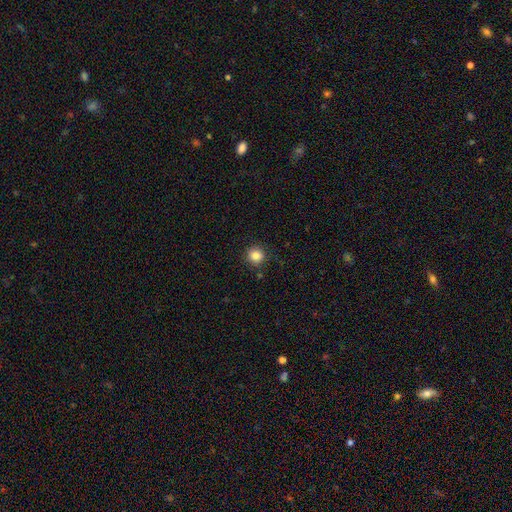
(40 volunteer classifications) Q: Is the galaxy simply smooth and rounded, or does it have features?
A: smooth — 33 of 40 (82%).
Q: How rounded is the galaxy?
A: round — 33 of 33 (100%).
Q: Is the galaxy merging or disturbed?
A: none — 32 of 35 (91%).